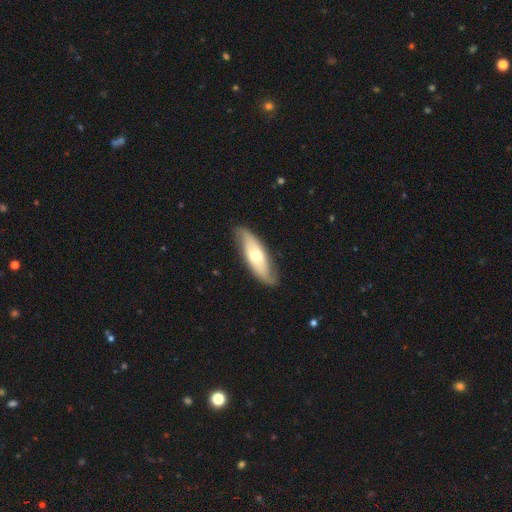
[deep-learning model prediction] A featured or disk galaxy (56%).

Vote fractions:
- Smooth or featured? featured or disk: 56% / smooth: 39% / star or artifact: 5%
- Edge-on disk? no: 73% / yes: 27%
- Merging? none: 80% / minor disturbance: 16% / major disturbance: 4% / merger: 1%